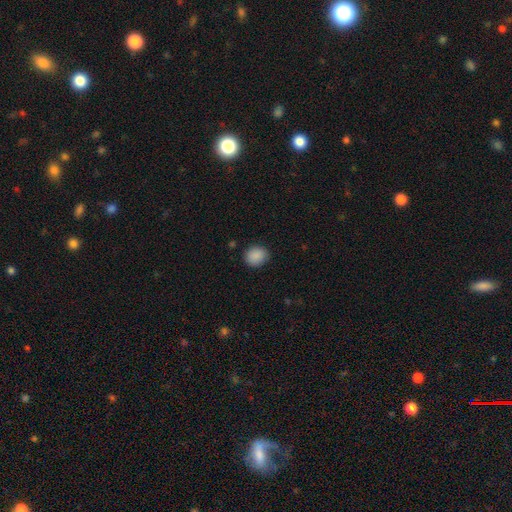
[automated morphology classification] smooth 89%, star or artifact 8%, featured or disk 3%. Down the decision tree: how rounded — round (67%); merging — none (87%).